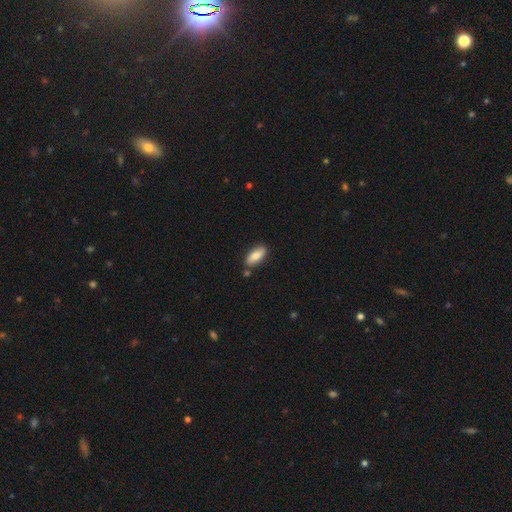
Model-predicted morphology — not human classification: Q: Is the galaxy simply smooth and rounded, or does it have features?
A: smooth — 82%.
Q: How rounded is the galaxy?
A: in between — 82%.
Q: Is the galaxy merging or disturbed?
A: none — 81%.